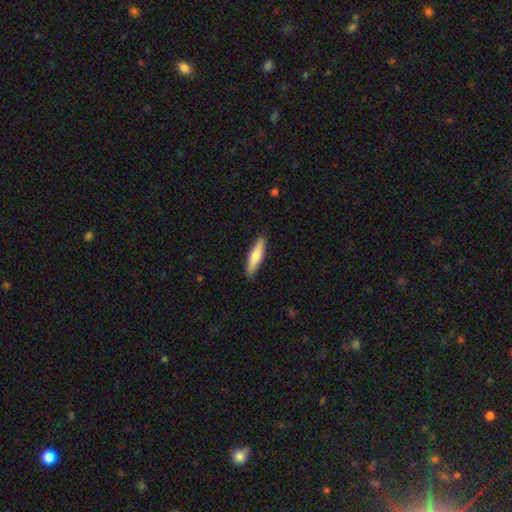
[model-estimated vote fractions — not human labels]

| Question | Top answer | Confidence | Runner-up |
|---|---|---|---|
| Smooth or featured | smooth | 70% | featured or disk (24%) |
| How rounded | cigar-shaped | 77% | in between (21%) |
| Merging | none | 90% | minor disturbance (8%) |